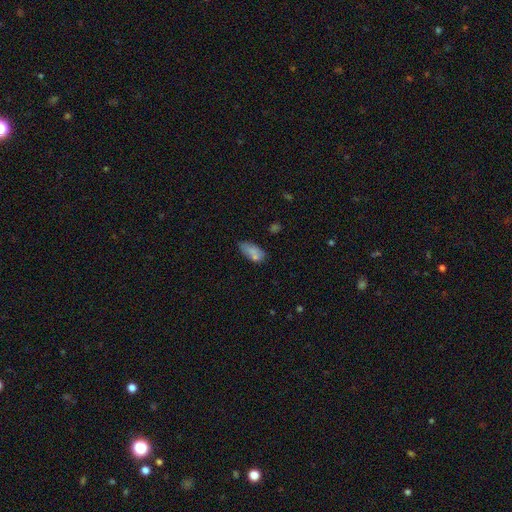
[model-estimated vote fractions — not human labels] Smooth or featured? smooth (75%)
How rounded? in between (83%)
Merging? none (56%)